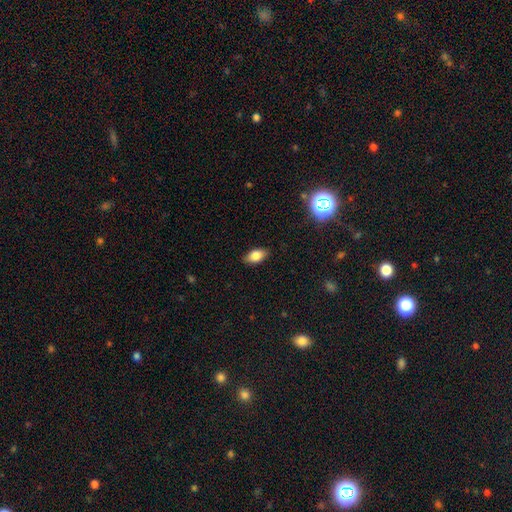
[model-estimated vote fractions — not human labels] smooth 81%, featured or disk 10%, star or artifact 9%. Down the decision tree: how rounded — in between (90%); merging — none (87%).